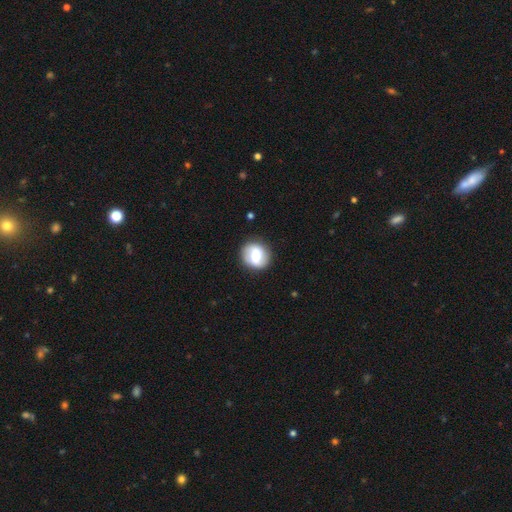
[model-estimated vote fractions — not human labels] smooth-or-featured: smooth: 55% | featured or disk: 38% | star or artifact: 7%
  how-rounded: round: 84% | in between: 14% | cigar-shaped: 1%
  merging: none: 88% | minor disturbance: 8% | major disturbance: 3% | merger: 1%